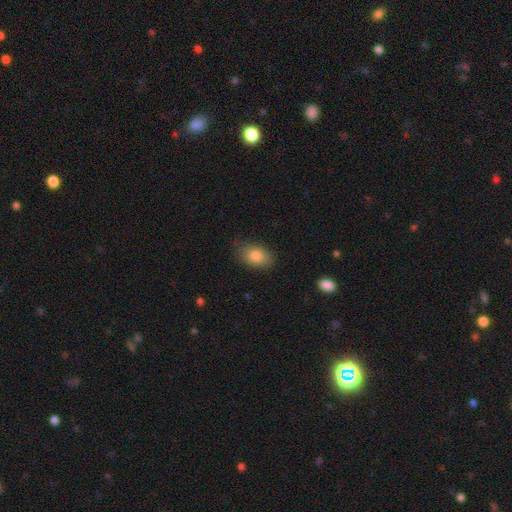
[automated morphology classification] smooth-or-featured: smooth: 81% | featured or disk: 12% | star or artifact: 8%
  how-rounded: in between: 87% | round: 12% | cigar-shaped: 1%
  merging: none: 75% | minor disturbance: 19% | major disturbance: 4% | merger: 1%